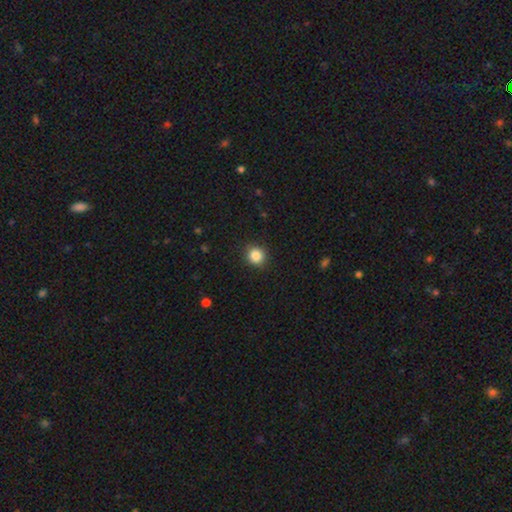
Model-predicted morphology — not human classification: smooth_or_featured: smooth (p=0.86) [alt: star or artifact p=0.10]
how_rounded: round (p=0.91) [alt: in between p=0.08]
merging: none (p=0.91) [alt: minor disturbance p=0.06]